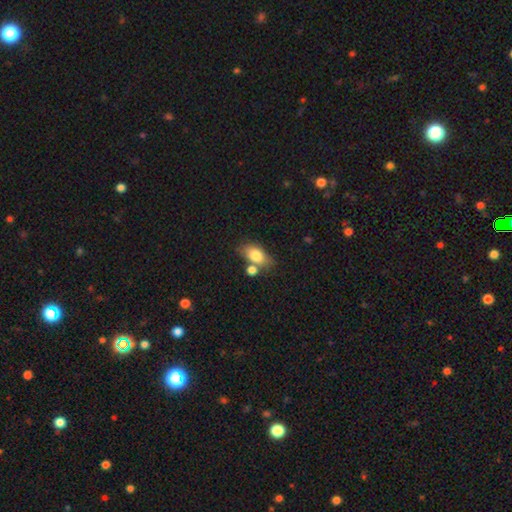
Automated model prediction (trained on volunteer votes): Smooth or featured?
  - smooth: 79% *
  - featured or disk: 13%
  - star or artifact: 8%
How rounded?
  - in between: 85% *
  - round: 11%
  - cigar-shaped: 4%
Merging?
  - none: 55% *
  - merger: 25%
  - minor disturbance: 15%
  - major disturbance: 5%